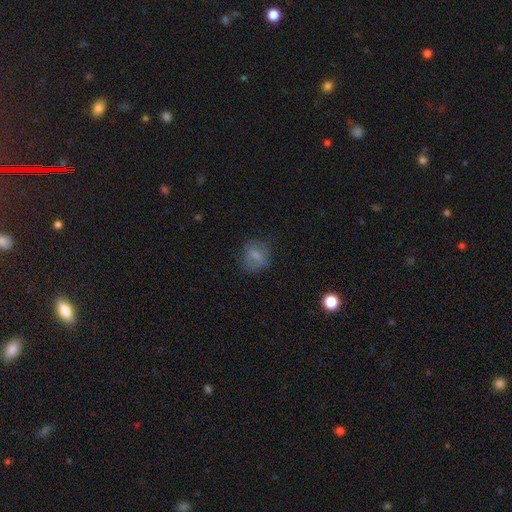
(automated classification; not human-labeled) smooth 64%, featured or disk 25%, star or artifact 12%. Down the decision tree: how rounded — round (61%); merging — none (64%).